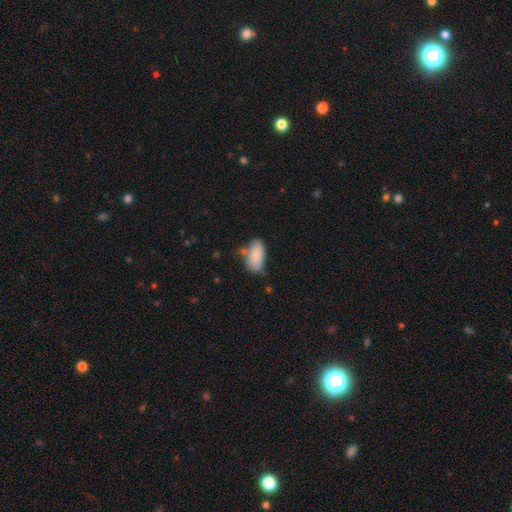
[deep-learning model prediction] Smooth or featured: smooth — 86% (featured or disk — 8%)
How rounded: in between — 92% (cigar-shaped — 5%)
Merging: none — 56% (minor disturbance — 26%)